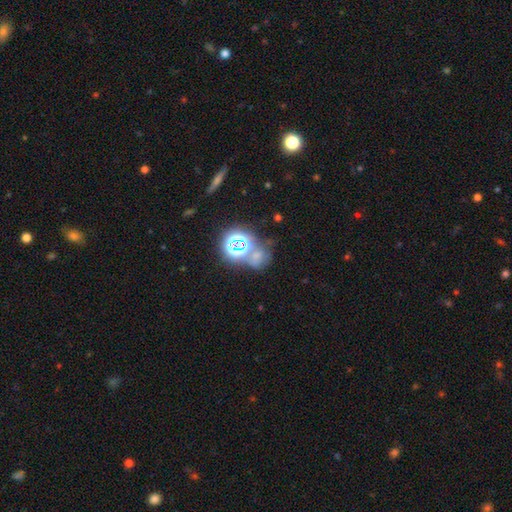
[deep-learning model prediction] A star or artifact, not a galaxy (46%).